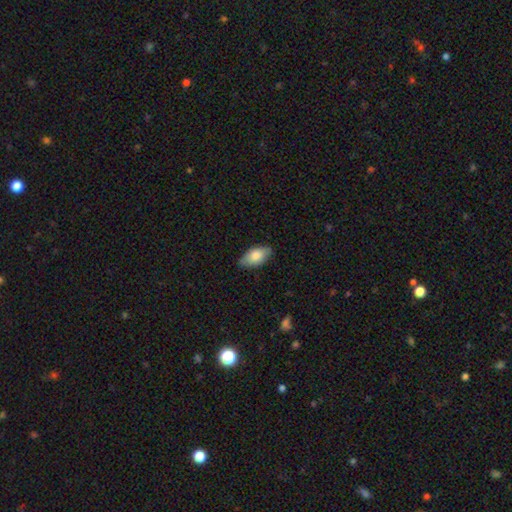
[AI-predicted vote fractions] The model was most divided on "merging": none: 79%, minor disturbance: 17%, major disturbance: 2%, merger: 1%. More confident: how rounded — in between (93%); smooth or featured — smooth (79%).